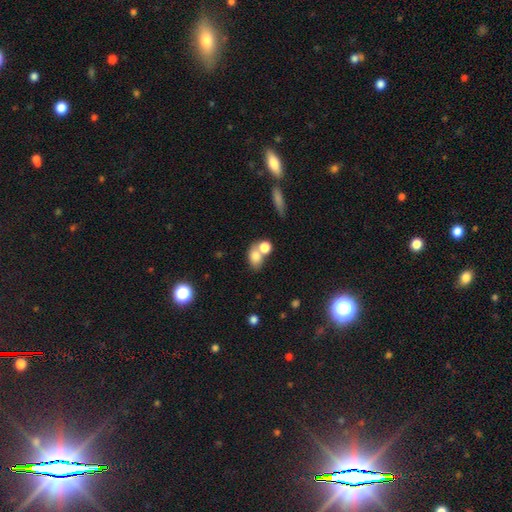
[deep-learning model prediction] A smooth galaxy with no disk features (76%) that is in between round and cigar-shaped (67%).

Vote fractions:
- Smooth or featured? smooth: 76% / featured or disk: 13% / star or artifact: 11%
- How rounded? in between: 67% / round: 31% / cigar-shaped: 2%
- Merging? merger: 48% / none: 36% / minor disturbance: 10% / major disturbance: 5%